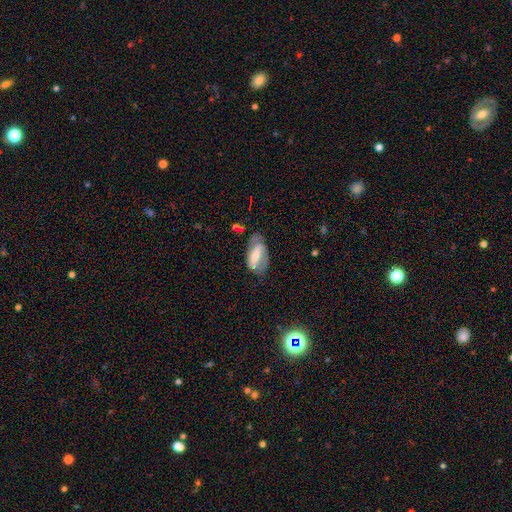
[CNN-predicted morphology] A featured or disk galaxy (55%) with a strong bar (40%), spiral arms (67%) and a moderate central bulge (45%).

Vote fractions:
- Smooth or featured? featured or disk: 55% / smooth: 38% / star or artifact: 7%
- Edge-on disk? no: 92% / yes: 8%
- Bar? strong: 40% / weak: 36% / no: 24%
- Spiral arms? yes: 67% / no: 33%
- Bulge size? moderate: 45% / small: 39% / large: 9% / none: 5% / dominant: 2%
- Merging? none: 53% / minor disturbance: 28% / major disturbance: 15% / merger: 3%